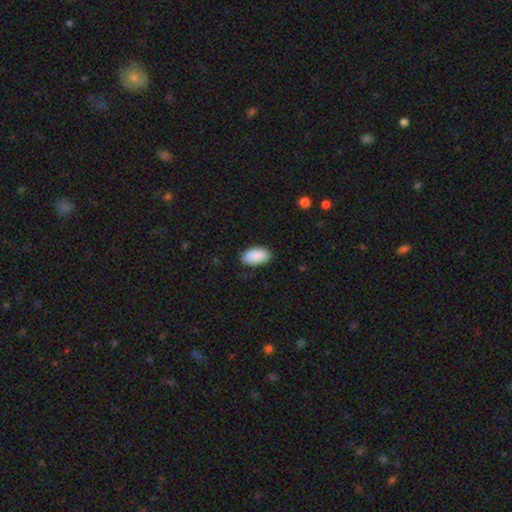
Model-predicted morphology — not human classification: Smooth or featured?
  - smooth: 91% *
  - star or artifact: 6%
  - featured or disk: 3%
How rounded?
  - in between: 95% *
  - round: 3%
  - cigar-shaped: 2%
Merging?
  - none: 85% *
  - minor disturbance: 12%
  - major disturbance: 2%
  - merger: 1%